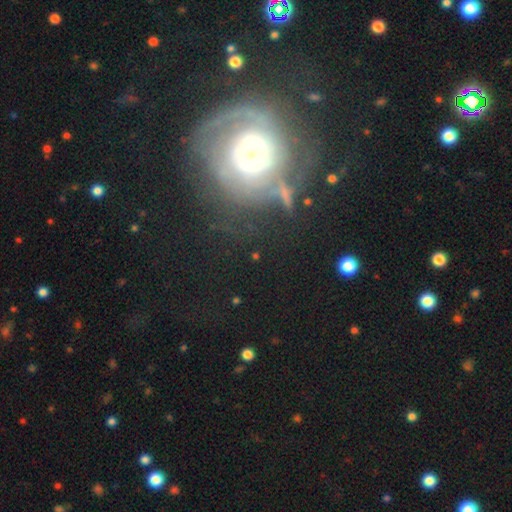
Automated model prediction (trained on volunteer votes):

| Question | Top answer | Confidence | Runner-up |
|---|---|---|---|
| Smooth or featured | featured or disk | 43% | star or artifact (30%) |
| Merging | none | 67% | minor disturbance (13%) |